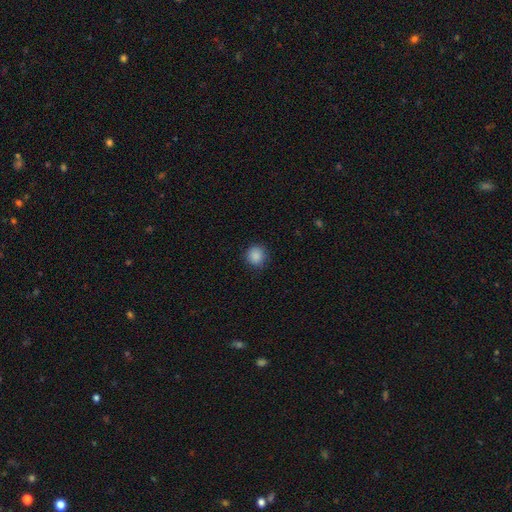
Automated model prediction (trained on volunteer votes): The model was most divided on "smooth or featured": smooth: 88%, star or artifact: 9%, featured or disk: 3%. More confident: how rounded — round (90%); merging — none (88%).